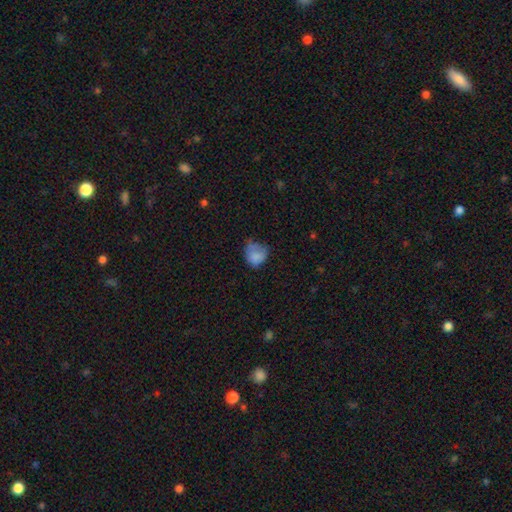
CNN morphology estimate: smooth 75%, featured or disk 14%, star or artifact 11%. Down the decision tree: how rounded — round (58%); merging — minor disturbance (37%).